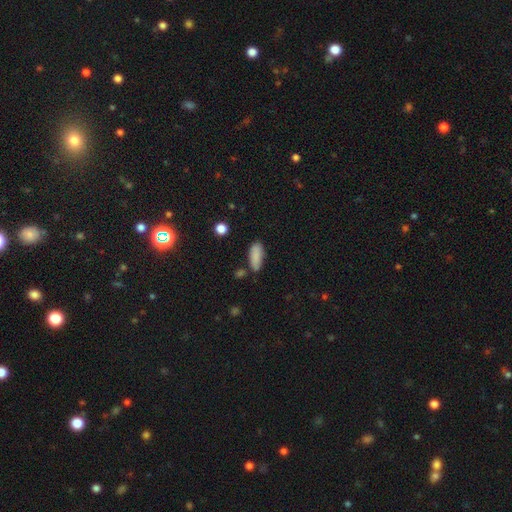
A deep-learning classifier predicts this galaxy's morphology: Smooth or featured: smooth — 87% (star or artifact — 8%)
How rounded: in between — 74% (cigar-shaped — 24%)
Merging: none — 71% (minor disturbance — 19%)